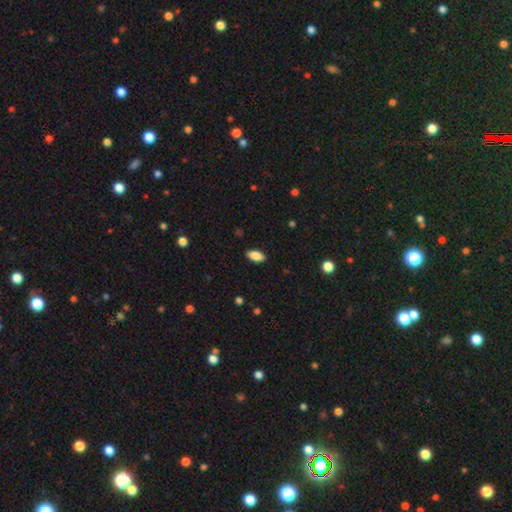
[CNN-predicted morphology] smooth 88%, star or artifact 7%, featured or disk 5%. Down the decision tree: how rounded — in between (92%); merging — none (88%).